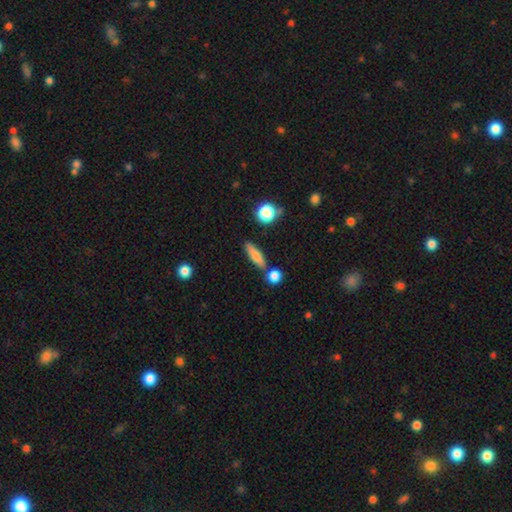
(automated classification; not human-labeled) A smooth galaxy with no disk features (71%) that is cigar-shaped (58%).

Vote fractions:
- Smooth or featured? smooth: 71% / featured or disk: 21% / star or artifact: 8%
- How rounded? cigar-shaped: 58% / in between: 35% / round: 6%
- Merging? none: 74% / minor disturbance: 11% / merger: 11% / major disturbance: 3%